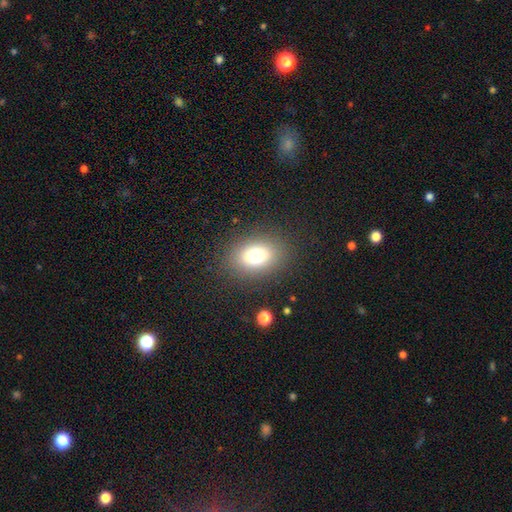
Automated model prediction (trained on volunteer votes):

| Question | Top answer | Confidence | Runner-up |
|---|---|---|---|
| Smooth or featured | smooth | 74% | star or artifact (13%) |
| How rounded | in between | 69% | round (30%) |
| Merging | none | 84% | minor disturbance (9%) |